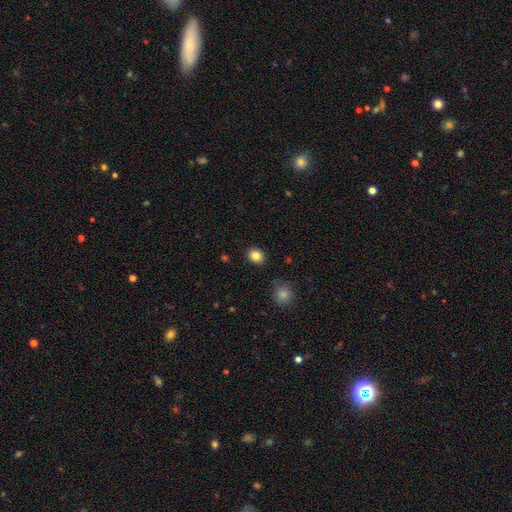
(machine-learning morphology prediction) Smooth or featured: smooth — 84% (star or artifact — 10%)
How rounded: round — 63% (in between — 36%)
Merging: none — 89% (minor disturbance — 7%)